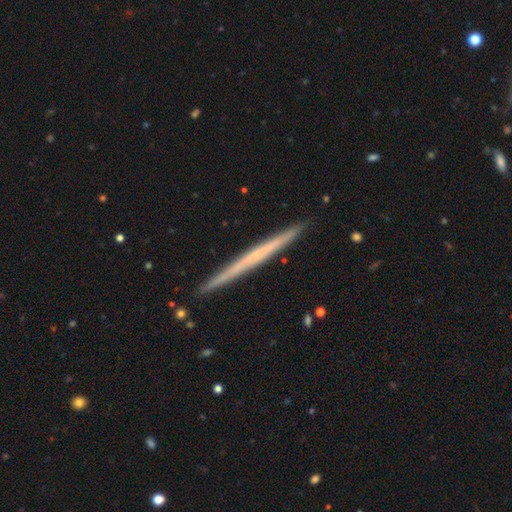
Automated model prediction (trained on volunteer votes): The model was most divided on "smooth or featured": featured or disk: 56%, smooth: 38%, star or artifact: 6%. More confident: edge-on disk — yes (98%); merging — none (92%); edge-on bulge — none (90%).